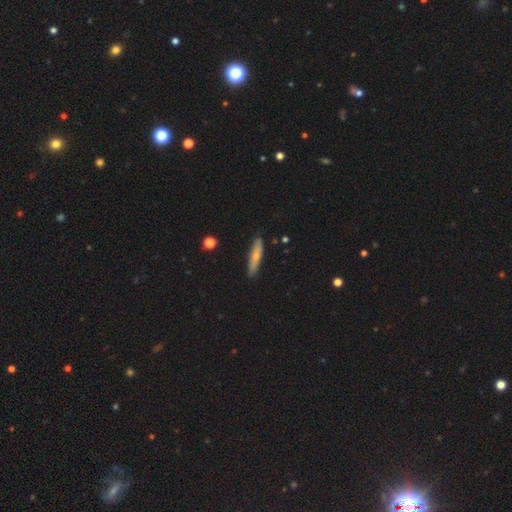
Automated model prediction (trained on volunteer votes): Smooth or featured? smooth (64%)
How rounded? cigar-shaped (83%)
Merging? none (87%)